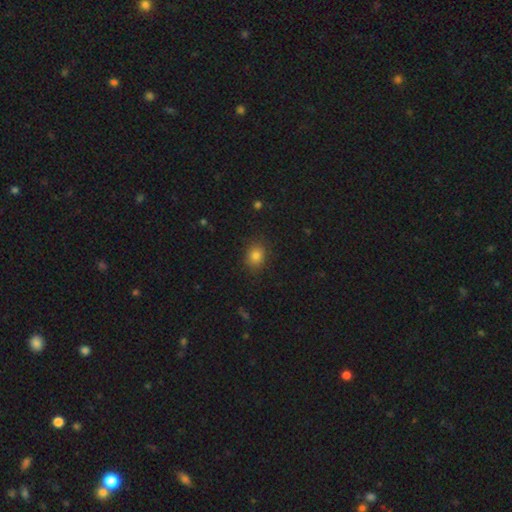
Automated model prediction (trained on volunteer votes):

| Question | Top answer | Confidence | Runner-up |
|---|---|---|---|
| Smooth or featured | smooth | 82% | star or artifact (12%) |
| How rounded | round | 54% | in between (45%) |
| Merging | none | 84% | minor disturbance (11%) |